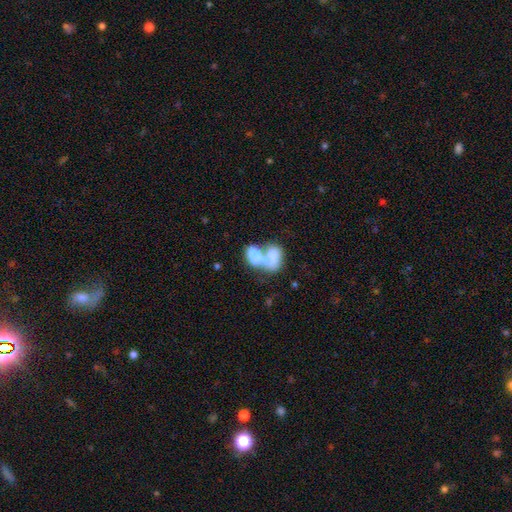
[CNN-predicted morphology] Smooth or featured? Predicted: smooth (p=0.66). How rounded? Predicted: in between (p=0.87). Merging? Predicted: merger (p=0.77).